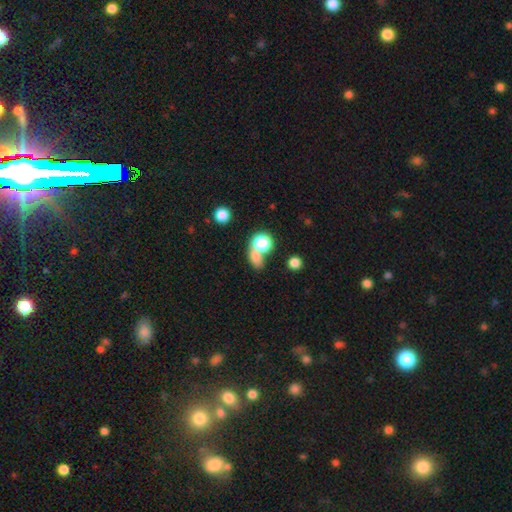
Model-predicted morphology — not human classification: Overall: smooth (75%). How rounded: in between (50%; round 47%). Merging: merger (53%; none 32%).